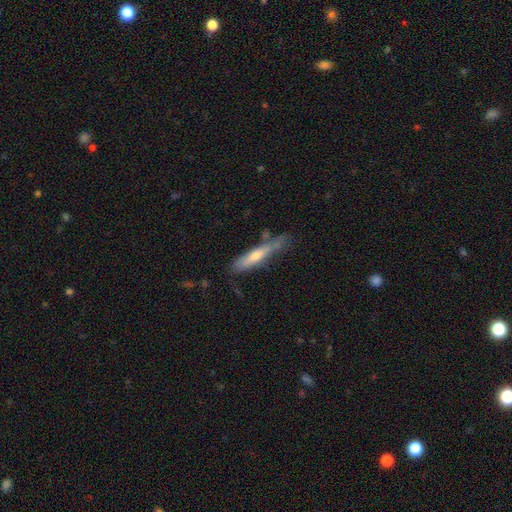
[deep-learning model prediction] Morphology: type=smooth (53%); roundness=cigar-shaped (87%); merging=none (60%).